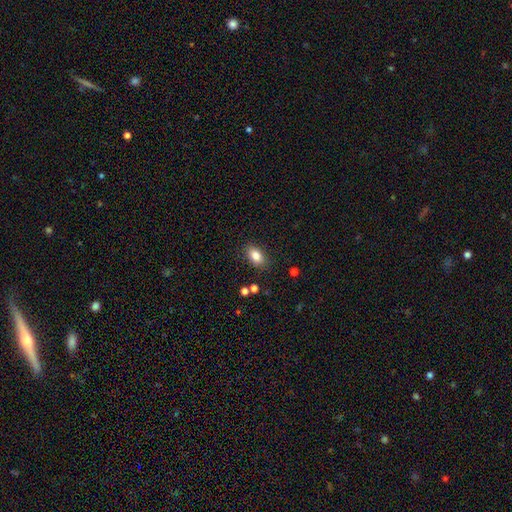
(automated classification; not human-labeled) This is clearly a smooth galaxy (84%). How rounded: clearly in between (86%). Merging: clearly none (87%).